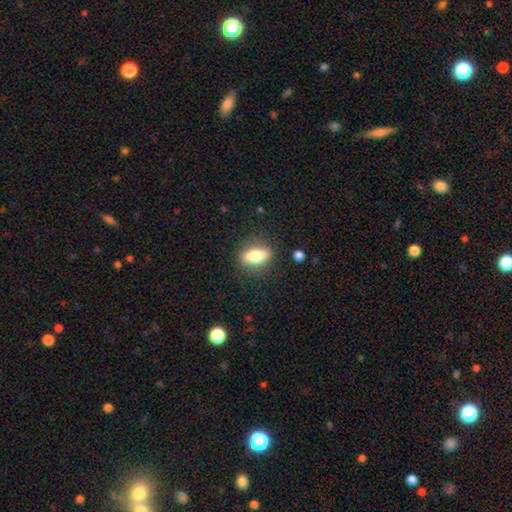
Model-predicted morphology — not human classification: Smooth or featured? Predicted: smooth (p=0.72). How rounded? Predicted: in between (p=0.70). Merging? Predicted: none (p=0.85).